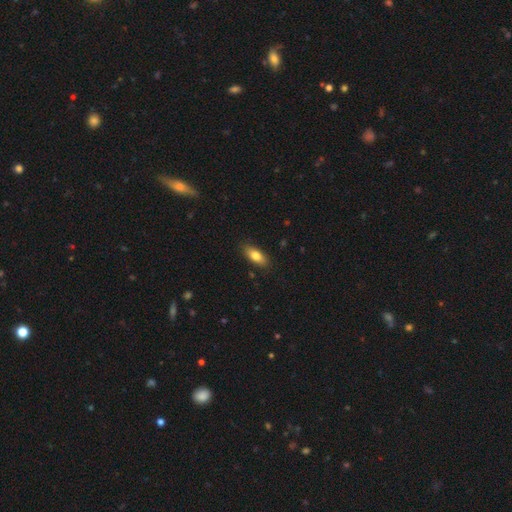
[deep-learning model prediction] Morphology: type=smooth (79%); roundness=in between (82%); merging=none (86%).